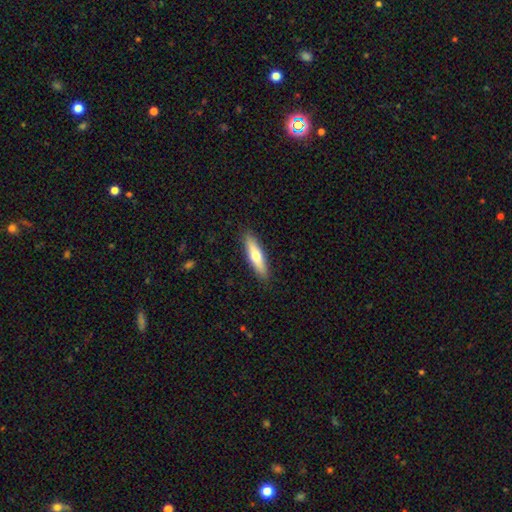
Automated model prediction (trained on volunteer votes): Smooth or featured: smooth — 61% (featured or disk — 34%)
How rounded: cigar-shaped — 76% (in between — 22%)
Merging: none — 89% (minor disturbance — 8%)